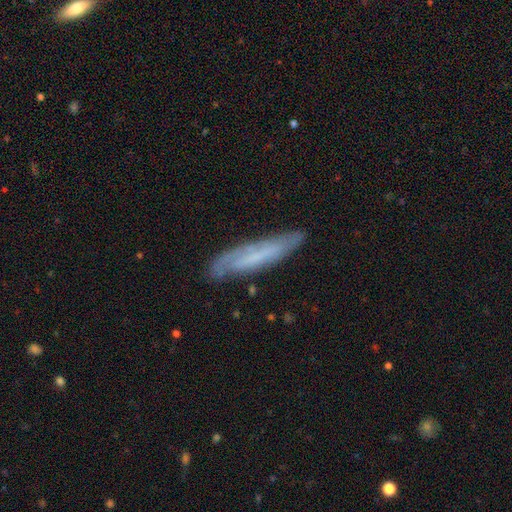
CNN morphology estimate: A featured or disk galaxy (58%). Merging: none (77%).